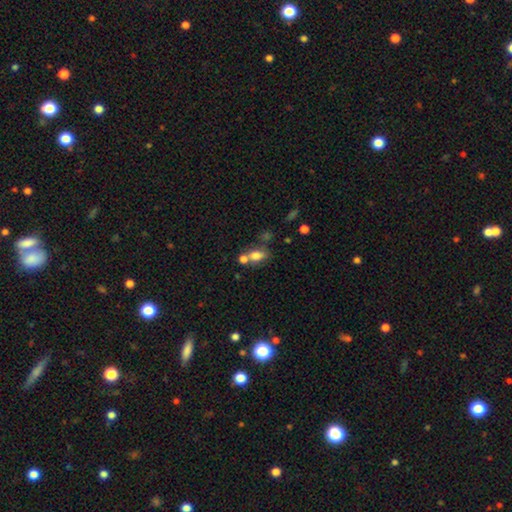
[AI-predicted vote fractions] Smooth or featured?
  - smooth: 76% *
  - featured or disk: 13%
  - star or artifact: 11%
How rounded?
  - in between: 74% *
  - round: 22%
  - cigar-shaped: 4%
Merging?
  - merger: 41% * (tied)
  - none: 41% * (tied)
  - minor disturbance: 12%
  - major disturbance: 6%